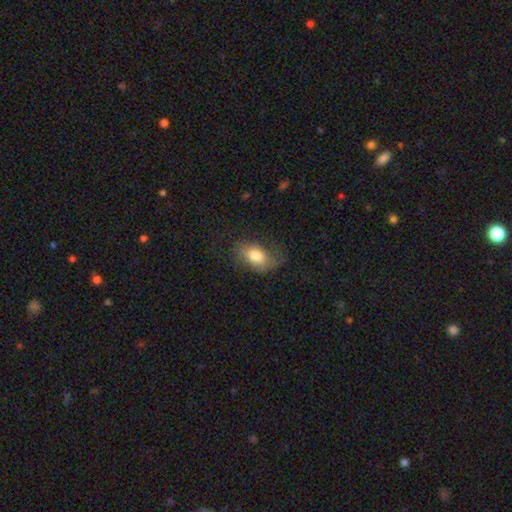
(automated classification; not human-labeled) Smooth or featured?
  - smooth: 75% *
  - featured or disk: 17%
  - star or artifact: 8%
How rounded?
  - in between: 87% *
  - round: 10%
  - cigar-shaped: 3%
Merging?
  - none: 55% *
  - minor disturbance: 25%
  - major disturbance: 18%
  - merger: 2%